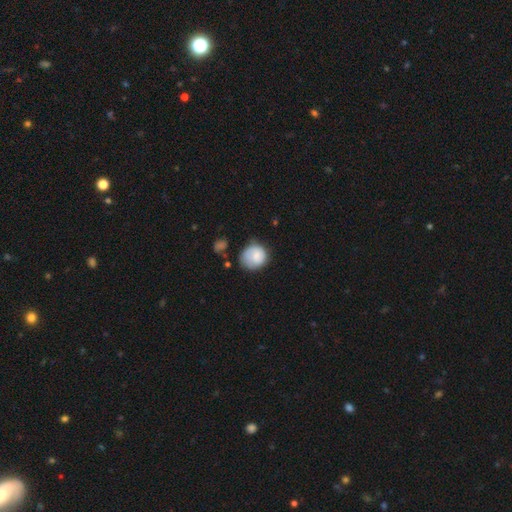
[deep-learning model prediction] The model was most divided on "merging": none: 56%, minor disturbance: 30%, major disturbance: 11%, merger: 4%. More confident: how rounded — round (78%); smooth or featured — smooth (76%).